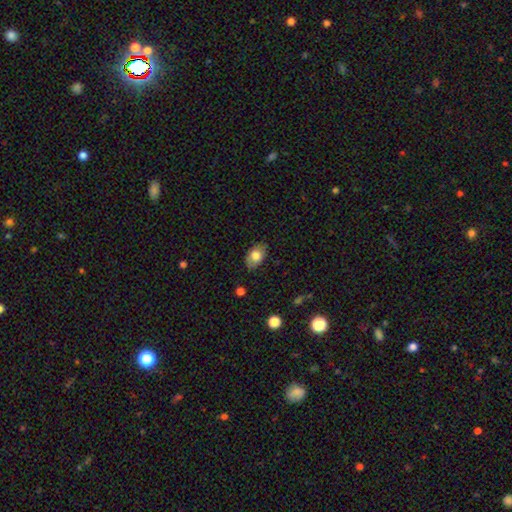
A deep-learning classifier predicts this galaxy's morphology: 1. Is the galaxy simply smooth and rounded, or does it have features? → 75% smooth, 18% featured or disk, 8% star or artifact.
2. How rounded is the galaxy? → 86% in between, 12% round, 1% cigar-shaped.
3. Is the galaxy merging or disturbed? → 80% none, 16% minor disturbance, 3% major disturbance, 1% merger.